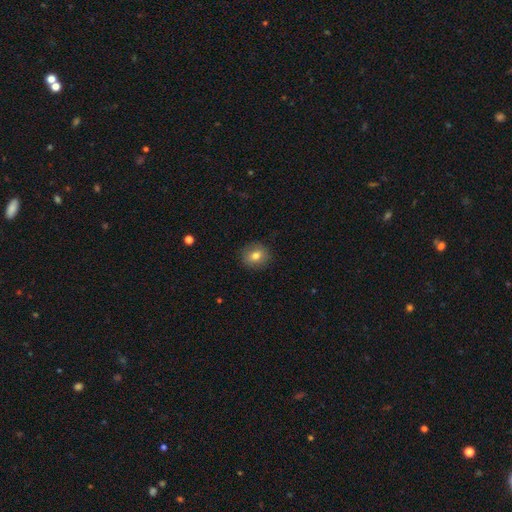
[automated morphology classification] A smooth galaxy with no disk features (76%) that is round (82%).

Vote fractions:
- Smooth or featured? smooth: 76% / featured or disk: 15% / star or artifact: 10%
- How rounded? round: 82% / in between: 17% / cigar-shaped: 1%
- Merging? none: 89% / minor disturbance: 8% / major disturbance: 2% / merger: 1%